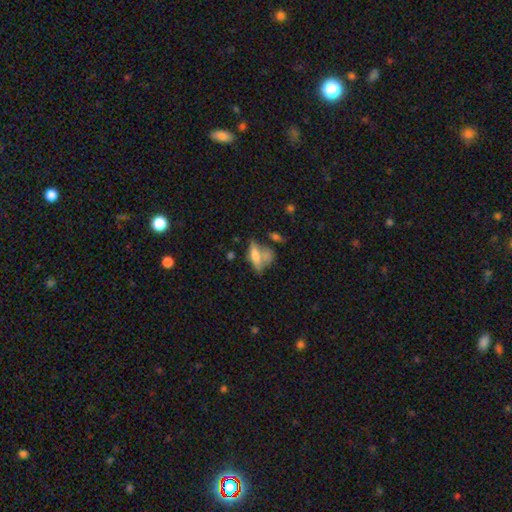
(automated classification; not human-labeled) Q: Smooth or featured?
A: smooth (58%); runner-up: featured or disk (32%)
Q: How rounded?
A: in between (61%); runner-up: cigar-shaped (33%)
Q: Merging?
A: none (40%); runner-up: merger (28%)